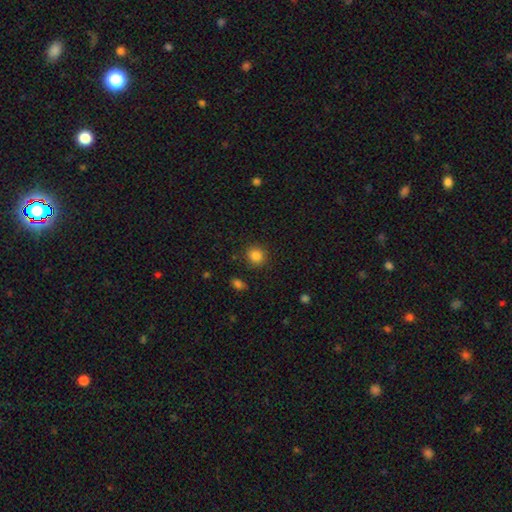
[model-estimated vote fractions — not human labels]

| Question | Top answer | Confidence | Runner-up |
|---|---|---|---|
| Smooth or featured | smooth | 84% | star or artifact (11%) |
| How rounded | round | 85% | in between (14%) |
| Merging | none | 87% | minor disturbance (8%) |